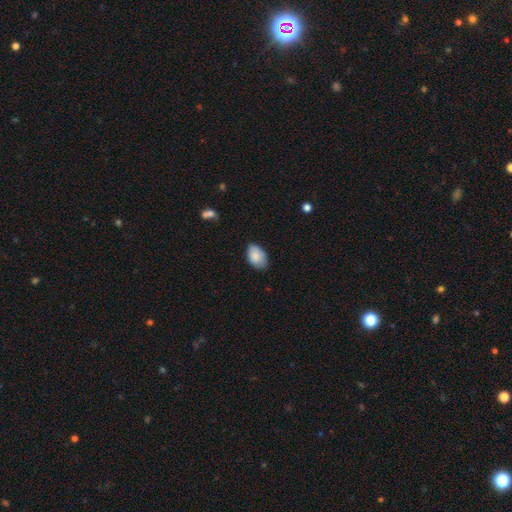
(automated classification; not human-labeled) Smooth or featured: smooth — 86% (featured or disk — 7%)
How rounded: in between — 89% (round — 10%)
Merging: none — 72% (minor disturbance — 24%)